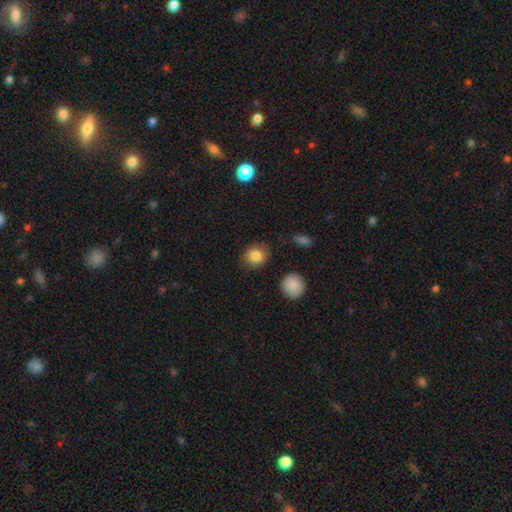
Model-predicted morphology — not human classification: smooth 84%, star or artifact 9%, featured or disk 6%. Down the decision tree: how rounded — round (76%); merging — none (80%).